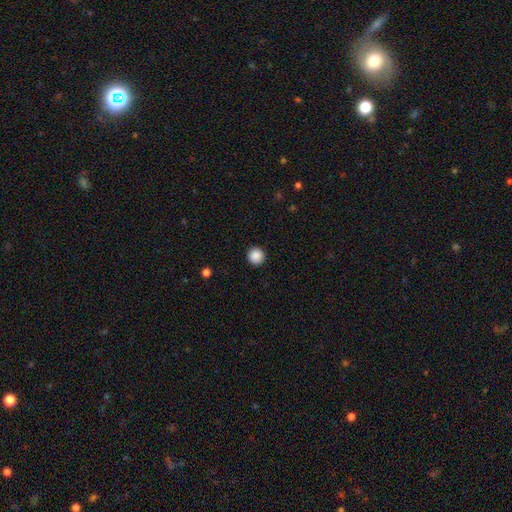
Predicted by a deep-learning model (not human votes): This appears to be a smooth galaxy with no disk features (89%) that is round (96%). Merging: none (93%).